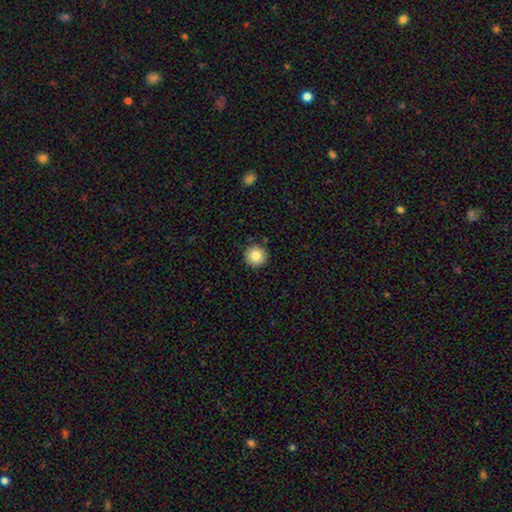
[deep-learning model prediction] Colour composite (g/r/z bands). It shows a smooth galaxy with no disk features (83%) that is round (96%). Merging: none (91%).